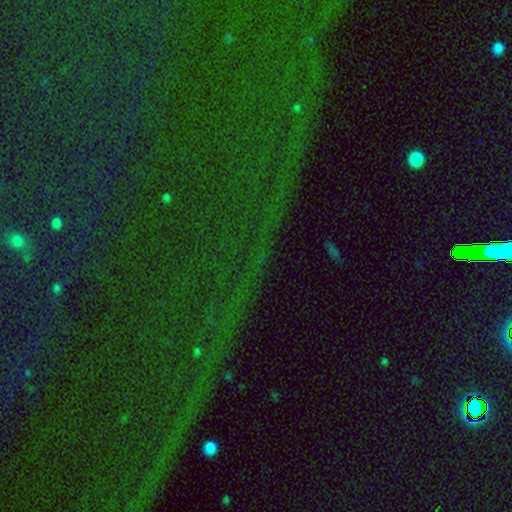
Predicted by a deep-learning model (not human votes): Smooth or featured?
  - star or artifact: 83% *
  - featured or disk: 9%
  - smooth: 8%